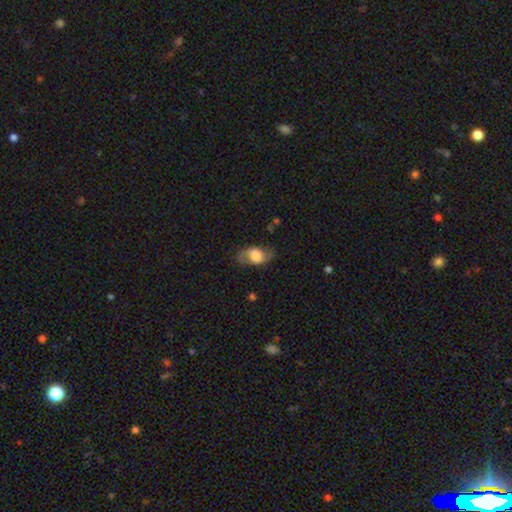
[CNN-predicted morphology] smooth 56%, featured or disk 36%, star or artifact 8%. Down the decision tree: how rounded — in between (83%); merging — none (66%).